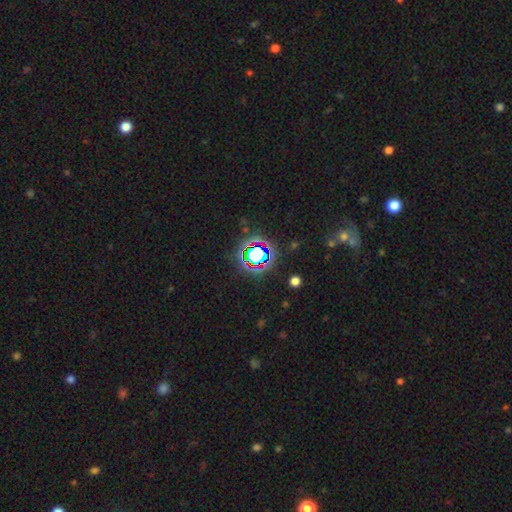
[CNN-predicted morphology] Smooth or featured: star or artifact — 70% (smooth — 18%)